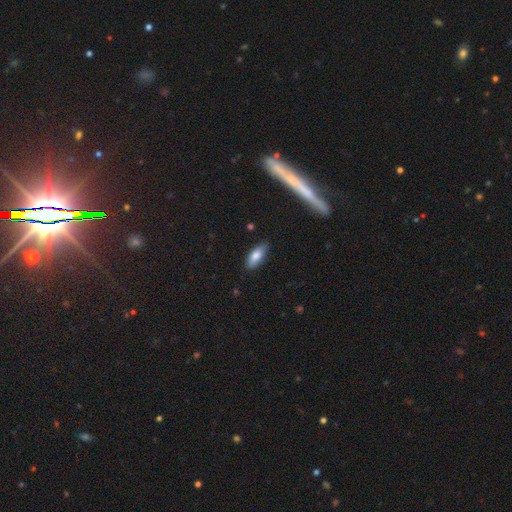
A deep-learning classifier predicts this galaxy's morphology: type=smooth (81%); roundness=in between (78%); merging=none (82%).